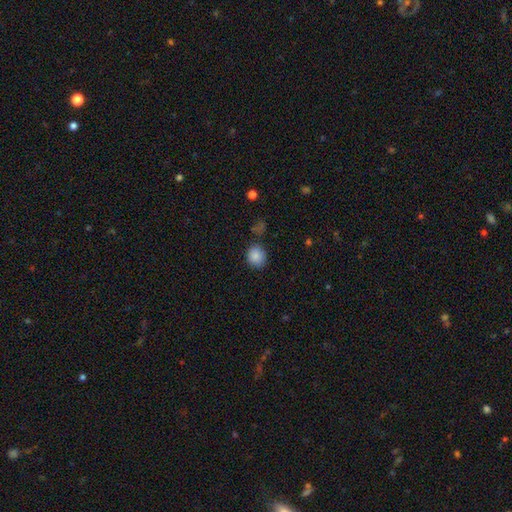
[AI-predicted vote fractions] A smooth galaxy with no disk features (85%) that is round (80%). Merging: none (78%).